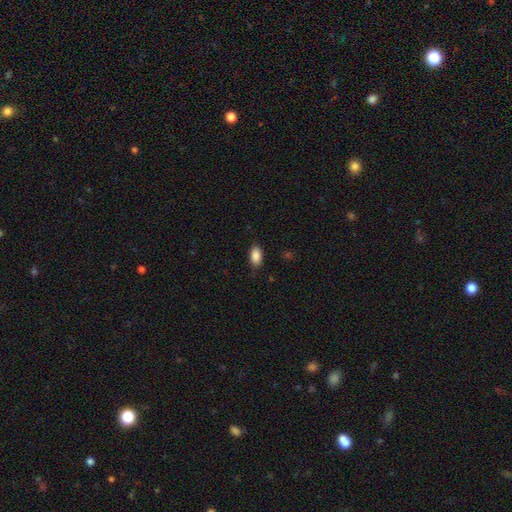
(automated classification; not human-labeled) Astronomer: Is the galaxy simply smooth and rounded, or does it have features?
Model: smooth — 88%.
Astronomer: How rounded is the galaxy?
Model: in between — 92%.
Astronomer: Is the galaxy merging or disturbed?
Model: none — 83%.